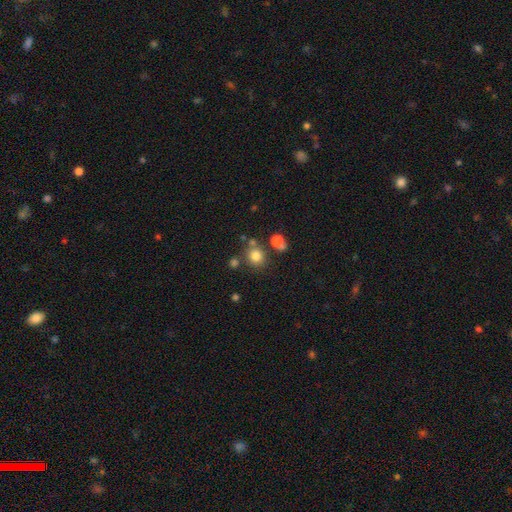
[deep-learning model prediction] A smooth galaxy with no disk features (79%) that is round (87%).

Vote fractions:
- Smooth or featured? smooth: 79% / star or artifact: 14% / featured or disk: 7%
- How rounded? round: 87% / in between: 12% / cigar-shaped: 1%
- Merging? none: 71% / merger: 14% / minor disturbance: 10% / major disturbance: 4%